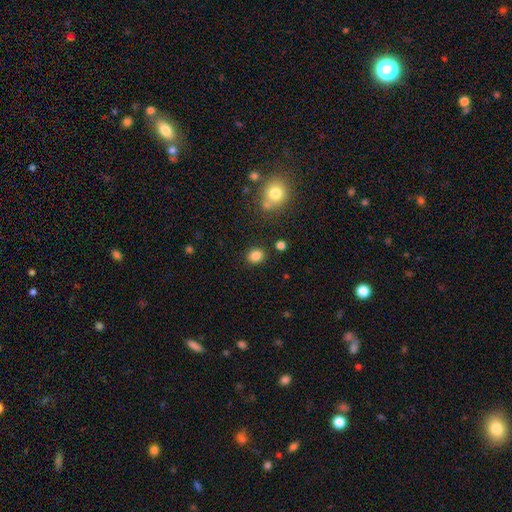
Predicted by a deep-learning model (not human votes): Q: Smooth or featured?
A: smooth (84%); runner-up: star or artifact (12%)
Q: How rounded?
A: round (69%); runner-up: in between (30%)
Q: Merging?
A: none (86%); runner-up: minor disturbance (8%)